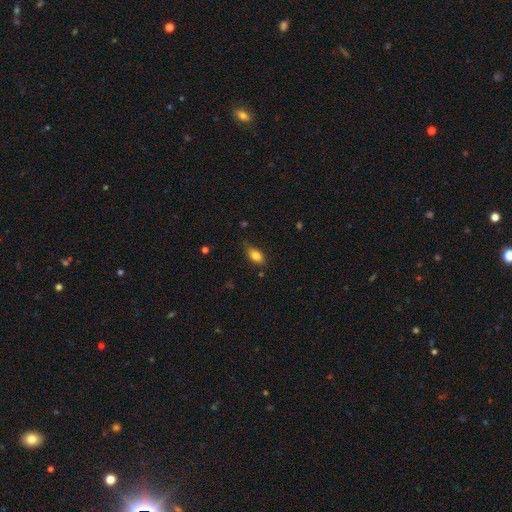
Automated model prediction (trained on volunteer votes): Smooth or featured: smooth — 82% (featured or disk — 9%)
How rounded: in between — 86% (round — 8%)
Merging: none — 74% (minor disturbance — 21%)